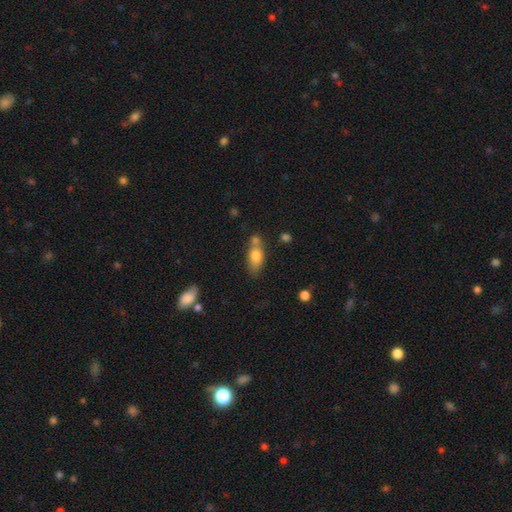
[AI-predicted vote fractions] This is likely a smooth galaxy (76%). How rounded: clearly in between (80%). Merging: possibly none (52%).